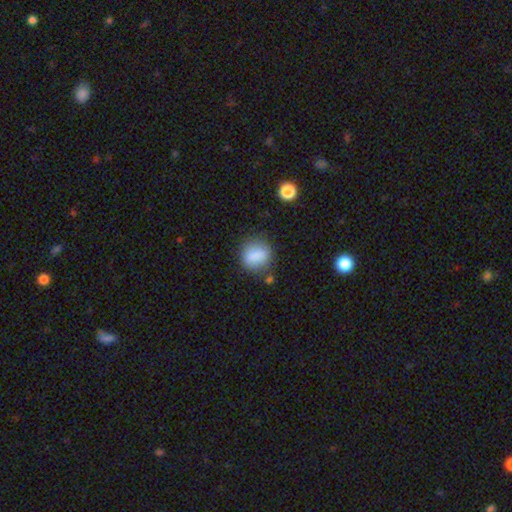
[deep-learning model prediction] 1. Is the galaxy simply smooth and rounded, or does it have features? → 84% smooth, 9% star or artifact, 7% featured or disk.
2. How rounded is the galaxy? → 67% round, 31% in between, 2% cigar-shaped.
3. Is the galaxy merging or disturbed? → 73% none, 16% minor disturbance, 6% major disturbance, 5% merger.